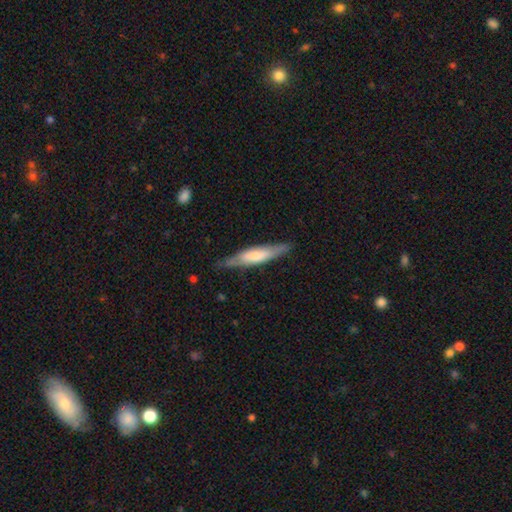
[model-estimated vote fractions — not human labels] A smooth galaxy with no disk features (54%) that is cigar-shaped (83%). Merging: none (79%).